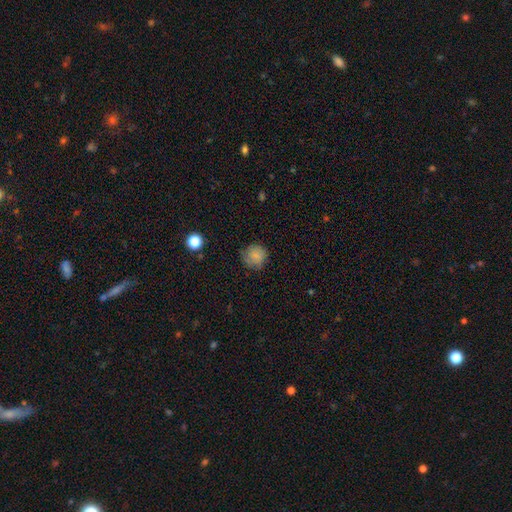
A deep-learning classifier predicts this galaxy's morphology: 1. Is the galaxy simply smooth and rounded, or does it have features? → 78% smooth, 12% featured or disk, 10% star or artifact.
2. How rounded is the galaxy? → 89% round, 10% in between, 1% cigar-shaped.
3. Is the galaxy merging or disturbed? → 72% none, 21% minor disturbance, 6% major disturbance, 1% merger.